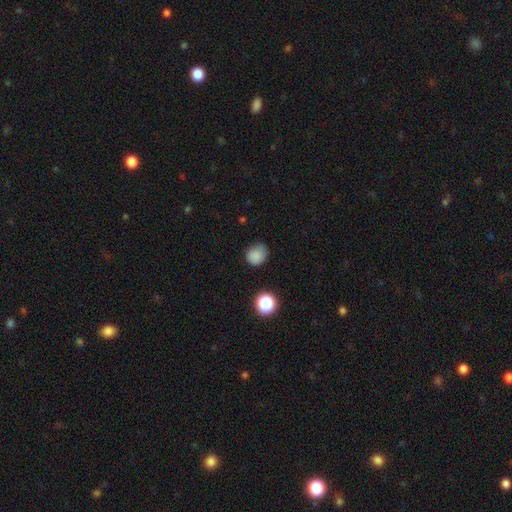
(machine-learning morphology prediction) This is clearly a smooth galaxy (84%). How rounded: likely round (77%). Merging: likely none (75%).